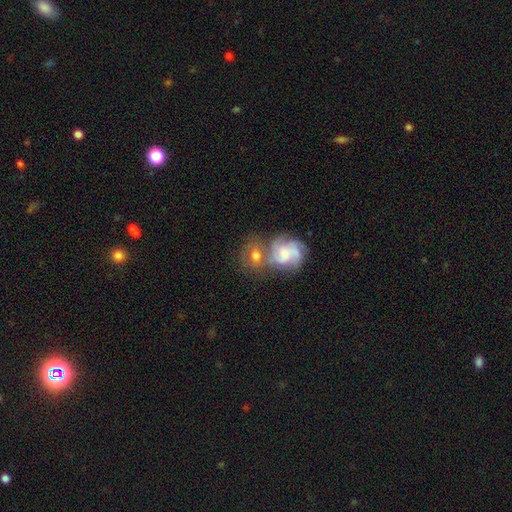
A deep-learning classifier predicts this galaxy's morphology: smooth_or_featured: featured or disk (p=0.46) [alt: smooth p=0.45]
merging: merger (p=0.49) [alt: none p=0.31]